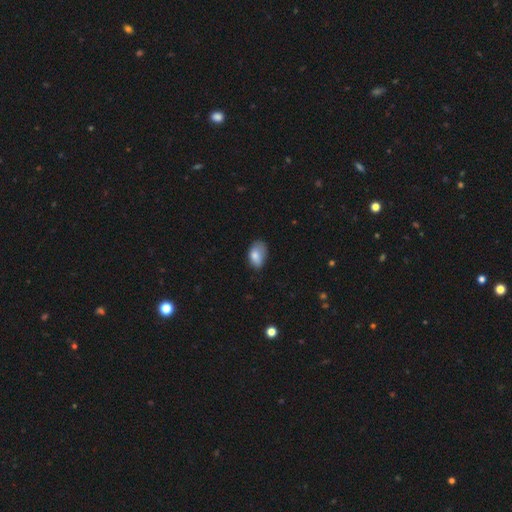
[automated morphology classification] smooth 81%, featured or disk 11%, star or artifact 8%. Down the decision tree: how rounded — in between (88%); merging — none (47%).